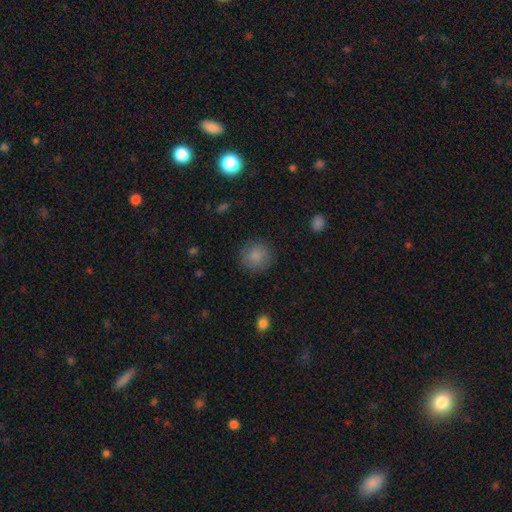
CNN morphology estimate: smooth-or-featured: smooth: 85% | star or artifact: 8% | featured or disk: 6%
  how-rounded: round: 92% | in between: 7% | cigar-shaped: 1%
  merging: none: 86% | minor disturbance: 9% | major disturbance: 3% | merger: 1%